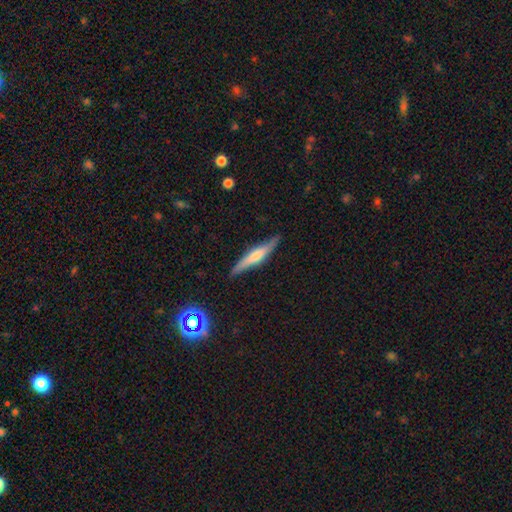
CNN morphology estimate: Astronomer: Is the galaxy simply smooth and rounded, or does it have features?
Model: featured or disk — 57% (runner-up: smooth, 35%).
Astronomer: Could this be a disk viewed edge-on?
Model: yes — 94%.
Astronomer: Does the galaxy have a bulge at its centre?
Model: rounded — 65%.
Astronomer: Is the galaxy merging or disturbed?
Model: none — 84%.